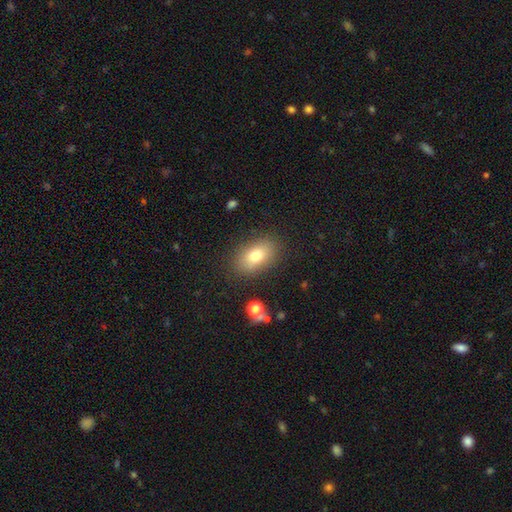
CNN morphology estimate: Q: Smooth or featured?
A: smooth (76%); runner-up: featured or disk (14%)
Q: How rounded?
A: in between (84%); runner-up: round (14%)
Q: Merging?
A: none (83%); runner-up: minor disturbance (11%)